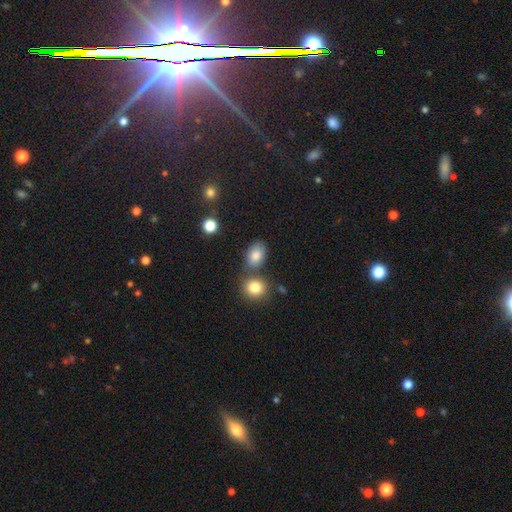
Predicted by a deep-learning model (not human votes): The model was most divided on "merging": none: 64%, merger: 20%, minor disturbance: 13%, major disturbance: 4%. More confident: smooth or featured — smooth (83%); how rounded — in between (80%).